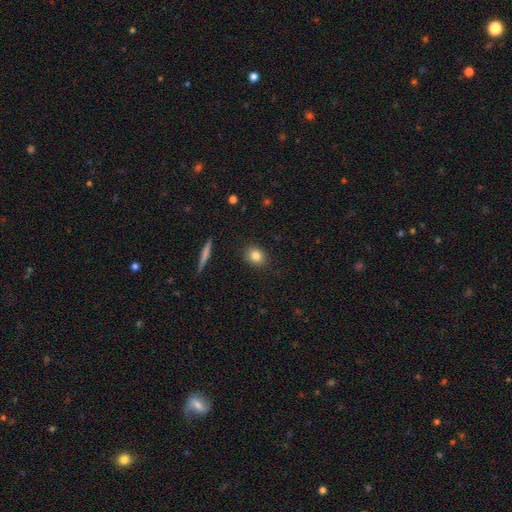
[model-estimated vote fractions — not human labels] A smooth galaxy with no disk features (83%) that is round (54%).

Vote fractions:
- Smooth or featured? smooth: 83% / star or artifact: 9% / featured or disk: 8%
- How rounded? round: 54% / in between: 44% / cigar-shaped: 3%
- Merging? none: 89% / minor disturbance: 8% / major disturbance: 2% / merger: 1%